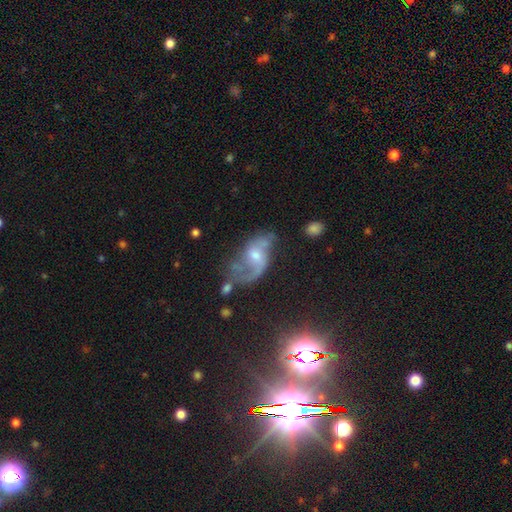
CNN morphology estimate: This is likely a featured or disk galaxy (75%). It is clearly not viewed edge-on (96%). Bar: possibly no (53%). Spiral arm pattern: clearly yes (89%). Spiral arm count: likely 2 (75%). Spiral winding: likely loose (60%). Central bulge: possibly moderate (50%). Merging: marginally none (44%).